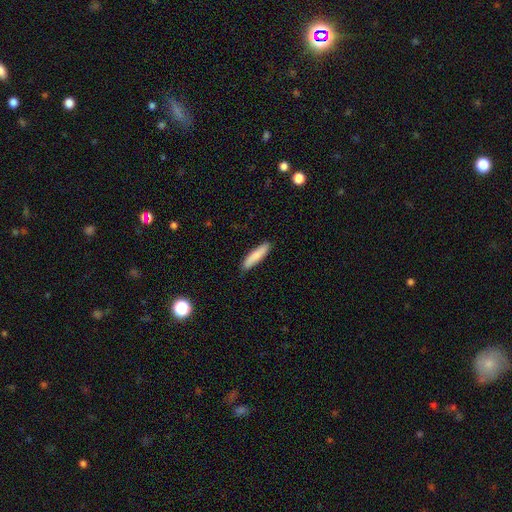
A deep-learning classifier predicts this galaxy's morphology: Q: Smooth or featured?
A: smooth (81%); runner-up: featured or disk (14%)
Q: How rounded?
A: cigar-shaped (78%); runner-up: in between (20%)
Q: Merging?
A: none (87%); runner-up: minor disturbance (10%)